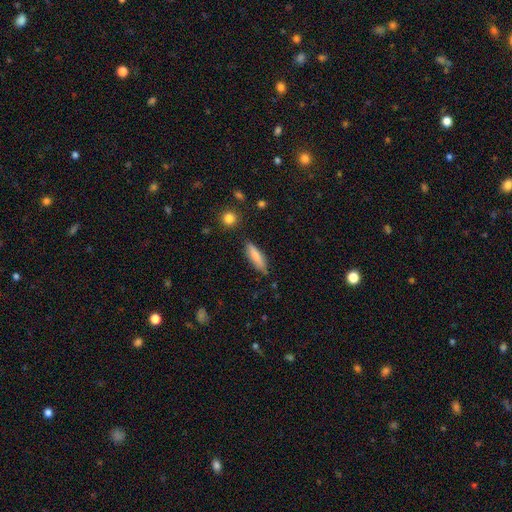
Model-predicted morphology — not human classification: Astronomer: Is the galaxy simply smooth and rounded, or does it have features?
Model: smooth — 76%.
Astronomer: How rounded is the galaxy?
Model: cigar-shaped — 59% (runner-up: in between, 39%).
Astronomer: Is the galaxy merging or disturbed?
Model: none — 79%.